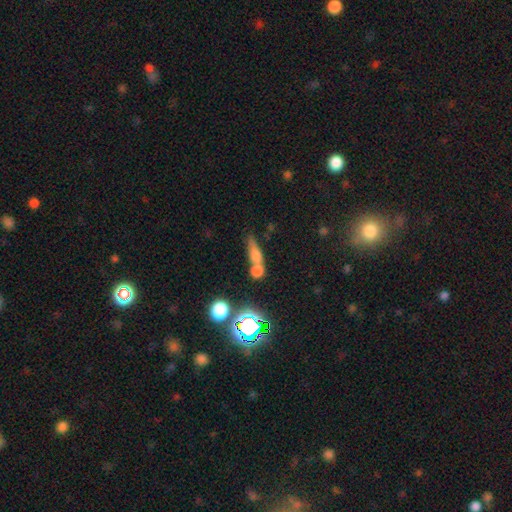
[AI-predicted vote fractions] This is likely a smooth galaxy (62%). How rounded: marginally cigar-shaped (40%). Merging: possibly merger (53%).